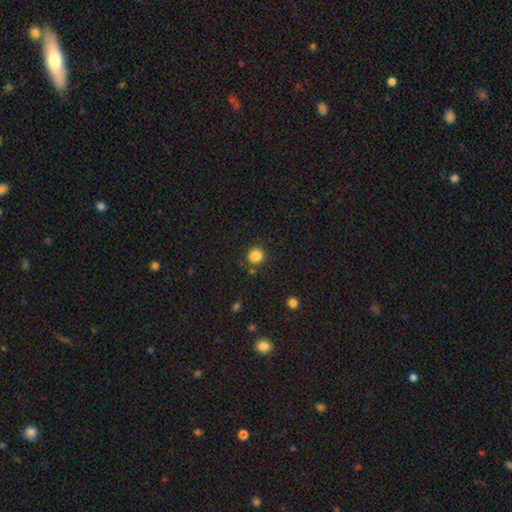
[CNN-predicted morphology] This appears to be a smooth galaxy with no disk features (84%) that is round (90%). Merging: none (85%).